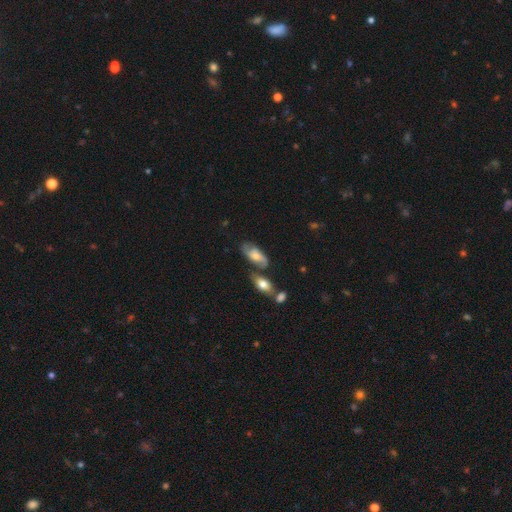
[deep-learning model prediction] Overall: featured or disk (55%; smooth 38%). Edge-on disk: no (89%). Merging: none (56%; minor disturbance 20%).